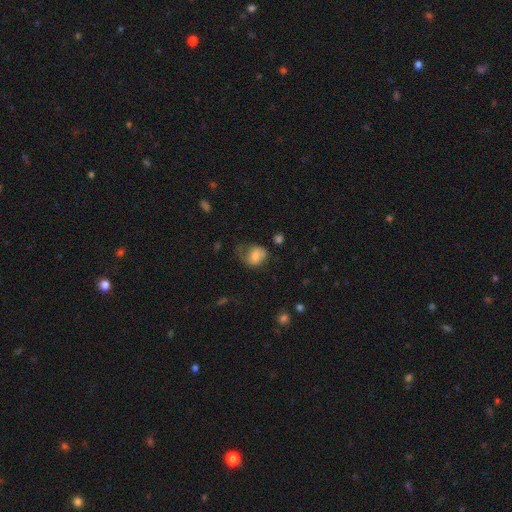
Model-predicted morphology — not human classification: A smooth galaxy with no disk features (59%) that is in between round and cigar-shaped (52%). Merging: none (39%).